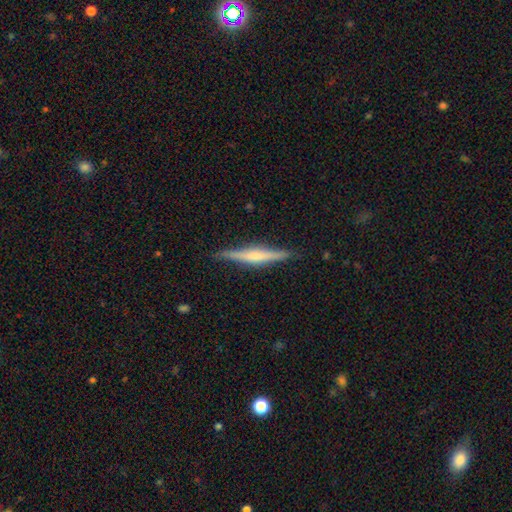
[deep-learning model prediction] Morphology: type=featured or disk (64%); edge-on=yes (98%); edge-on bulge=rounded (58%); merging=none (88%).